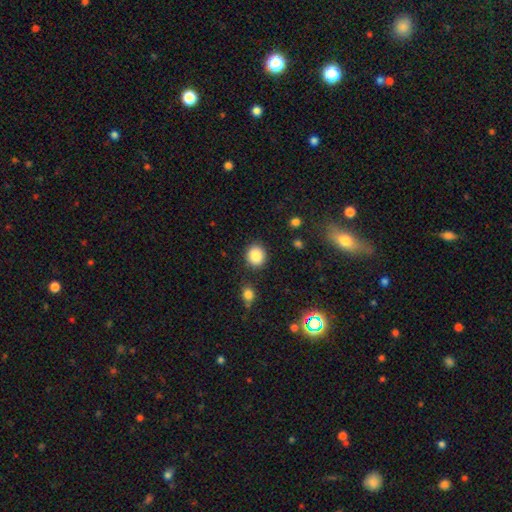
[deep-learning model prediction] Morphology: type=smooth (87%); roundness=round (79%); merging=none (86%).